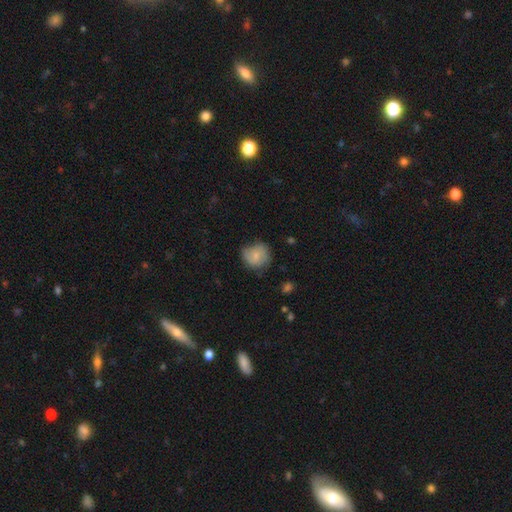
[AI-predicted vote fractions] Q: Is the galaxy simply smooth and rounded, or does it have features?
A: smooth — 67%.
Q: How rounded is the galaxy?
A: round — 78%.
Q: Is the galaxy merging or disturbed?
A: none — 59%.